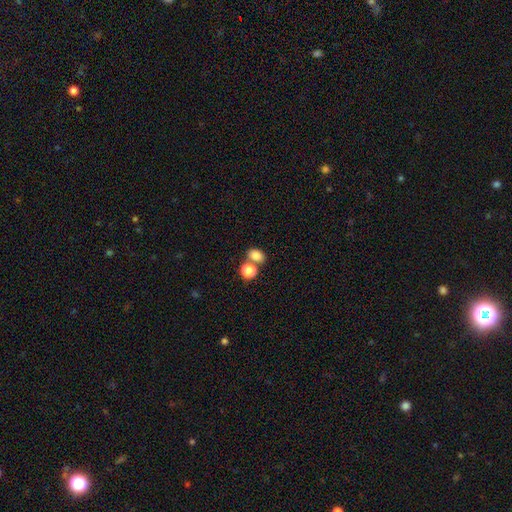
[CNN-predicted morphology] This is clearly a smooth galaxy (82%). How rounded: likely in between (61%). Merging: possibly none (56%).